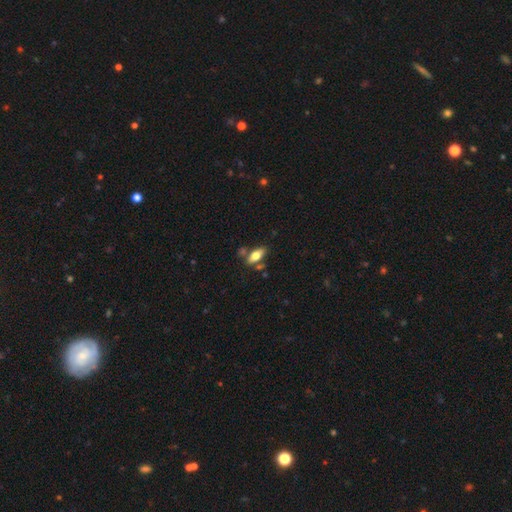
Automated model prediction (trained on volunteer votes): This appears to be a smooth galaxy with no disk features (63%) that is in between round and cigar-shaped (75%). Merging: none (68%).